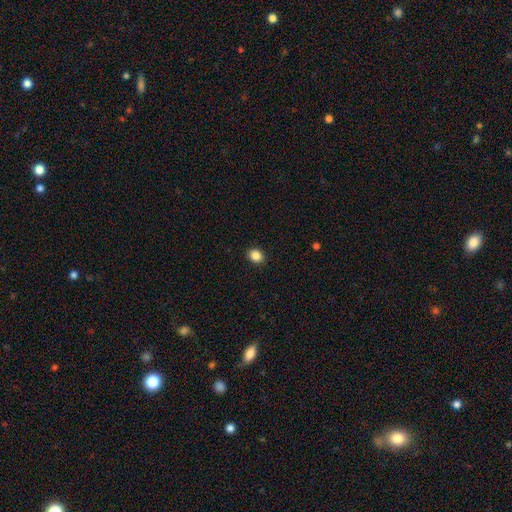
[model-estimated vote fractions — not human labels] Q: Smooth or featured?
A: smooth (86%); runner-up: star or artifact (10%)
Q: How rounded?
A: round (63%); runner-up: in between (36%)
Q: Merging?
A: none (92%); runner-up: minor disturbance (6%)